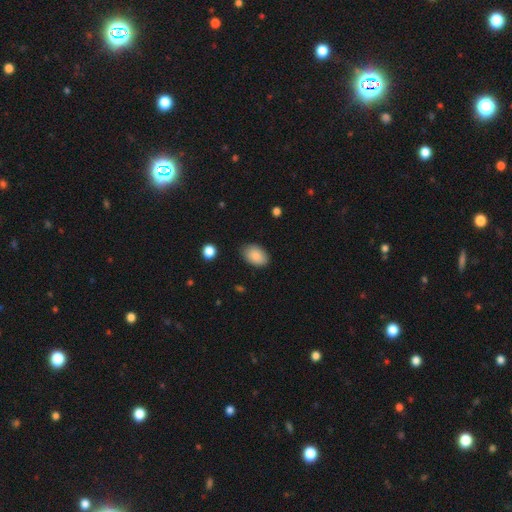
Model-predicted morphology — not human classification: Smooth or featured? Predicted: smooth (p=0.87). How rounded? Predicted: in between (p=0.89). Merging? Predicted: none (p=0.82).